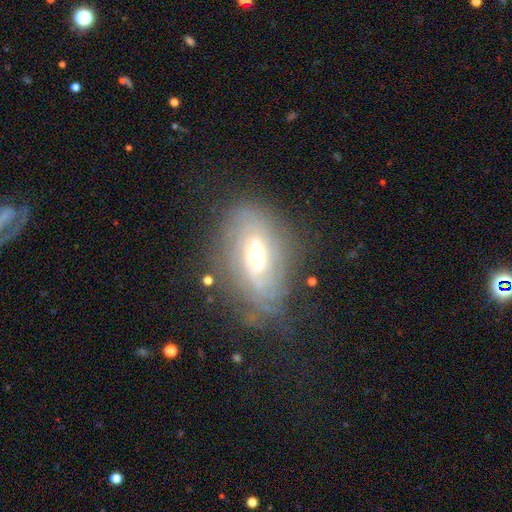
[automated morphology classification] Smooth or featured? featured or disk (71%)
Edge-on disk? no (90%)
Bar? no (49%)
Spiral arms? yes (79%)
Spiral winding? tight (62%)
Spiral arm count? can't tell (56%)
Bulge size? moderate (48%)
Merging? none (63%)